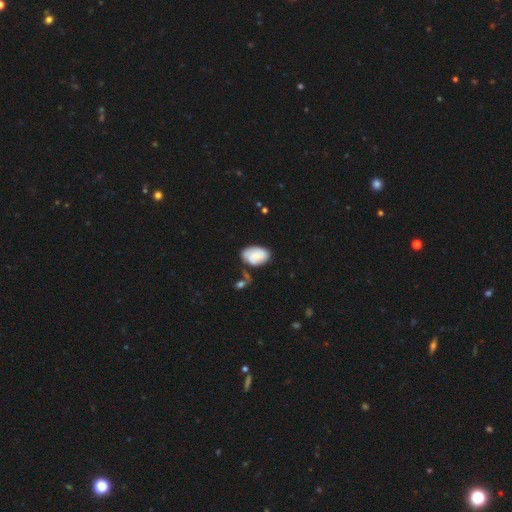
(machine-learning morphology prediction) Smooth or featured? Predicted: smooth (p=0.55). How rounded? Predicted: in between (p=0.88). Merging? Predicted: none (p=0.50).